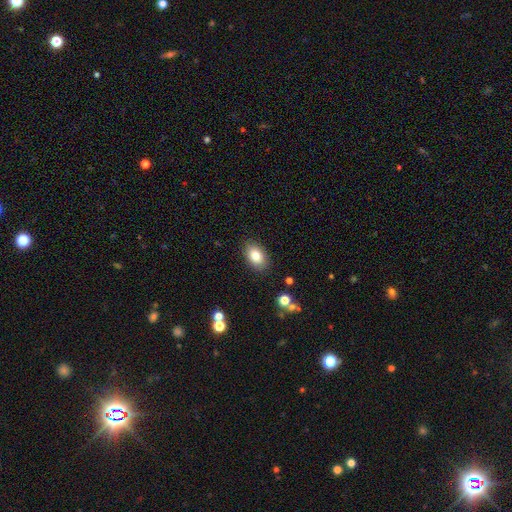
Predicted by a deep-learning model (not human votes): smooth 82%, featured or disk 9%, star or artifact 8%. Down the decision tree: how rounded — in between (87%); merging — none (87%).